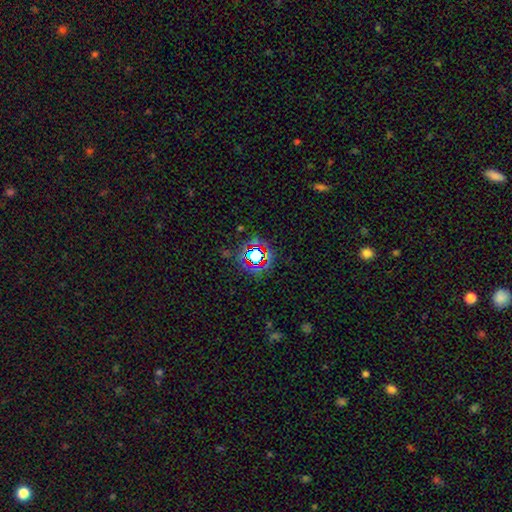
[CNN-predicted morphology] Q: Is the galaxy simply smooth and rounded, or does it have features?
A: star or artifact — 65%.